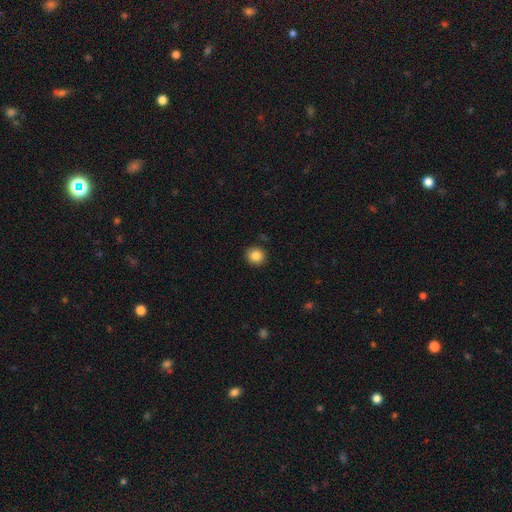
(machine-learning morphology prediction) Q: Smooth or featured?
A: smooth (85%); runner-up: star or artifact (10%)
Q: How rounded?
A: round (92%); runner-up: in between (8%)
Q: Merging?
A: none (91%); runner-up: minor disturbance (6%)